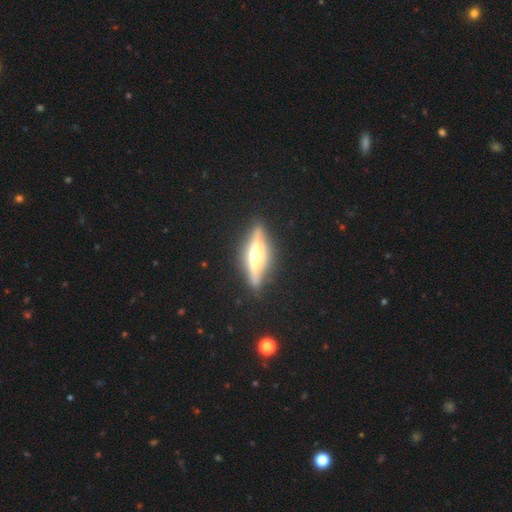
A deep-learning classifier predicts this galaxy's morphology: Smooth or featured? featured or disk (72%)
Edge-on disk? yes (91%)
Edge-on bulge? rounded (76%)
Merging? none (84%)